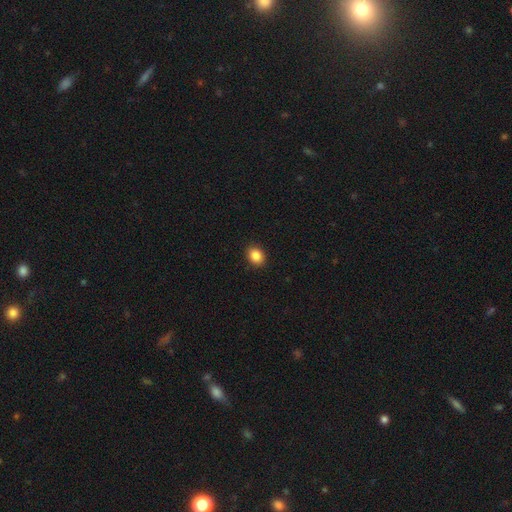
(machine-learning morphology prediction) smooth_or_featured: smooth (p=0.87) [alt: star or artifact p=0.09]
how_rounded: in between (p=0.53) [alt: round p=0.46]
merging: none (p=0.90) [alt: minor disturbance p=0.07]